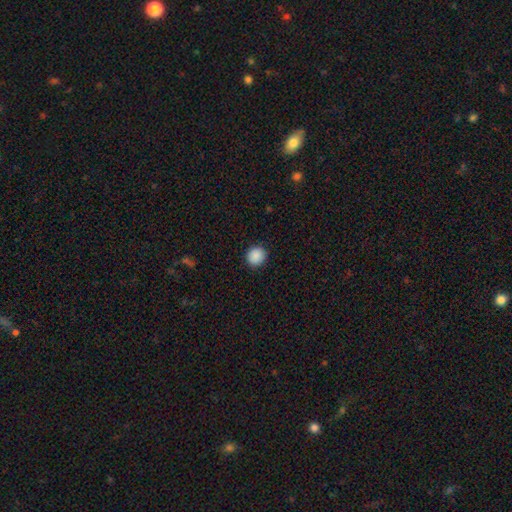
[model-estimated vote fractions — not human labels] The model was most divided on "how rounded": round: 89%, in between: 10%, cigar-shaped: 1%. More confident: merging — none (91%); smooth or featured — smooth (89%).